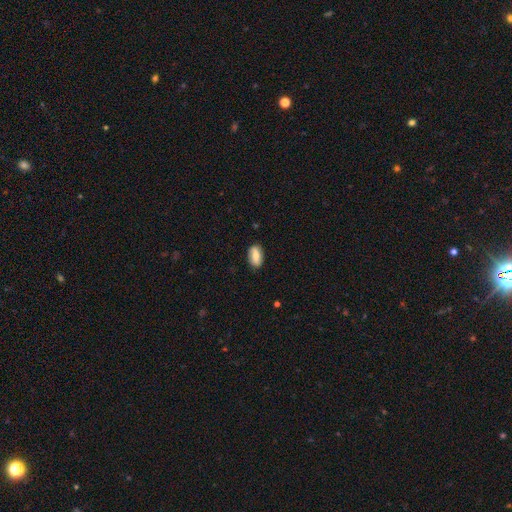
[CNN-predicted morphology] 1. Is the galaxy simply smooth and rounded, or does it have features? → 63% smooth, 30% featured or disk, 7% star or artifact.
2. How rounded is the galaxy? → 88% in between, 6% round, 6% cigar-shaped.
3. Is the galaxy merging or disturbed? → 85% none, 12% minor disturbance, 2% major disturbance, 1% merger.